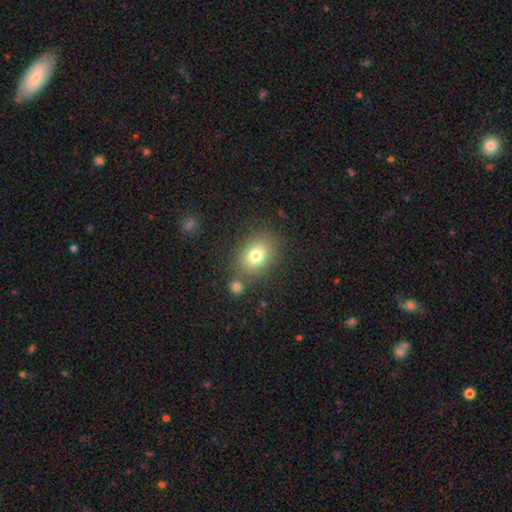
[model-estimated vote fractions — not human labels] Smooth or featured? Predicted: smooth (p=0.77). How rounded? Predicted: in between (p=0.66). Merging? Predicted: none (p=0.73).